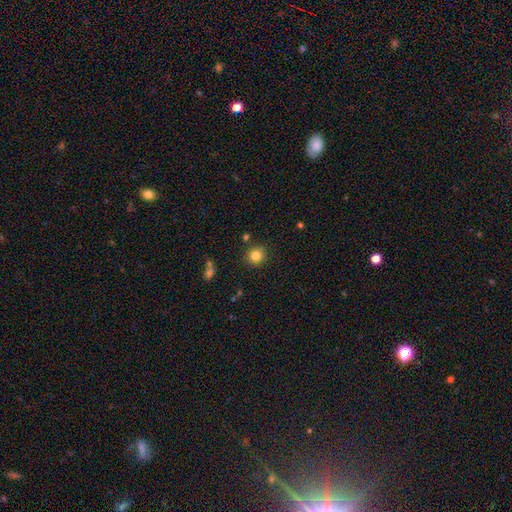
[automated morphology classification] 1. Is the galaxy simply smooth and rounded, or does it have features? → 82% smooth, 12% star or artifact, 6% featured or disk.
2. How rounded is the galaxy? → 91% round, 8% in between, 1% cigar-shaped.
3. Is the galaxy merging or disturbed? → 87% none, 8% minor disturbance, 3% merger, 2% major disturbance.